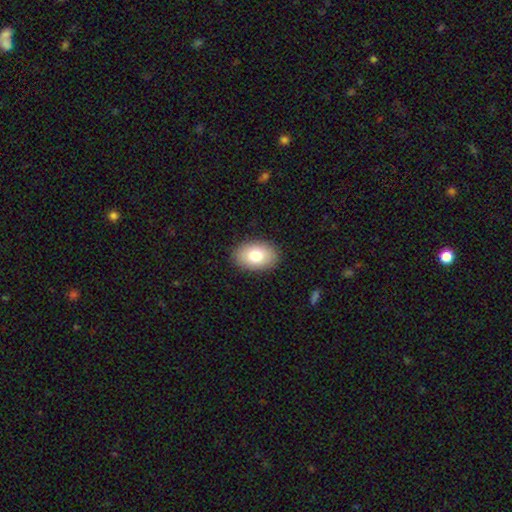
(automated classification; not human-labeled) The model was most divided on "smooth or featured": smooth: 79%, featured or disk: 13%, star or artifact: 8%. More confident: merging — none (89%); how rounded — in between (86%).